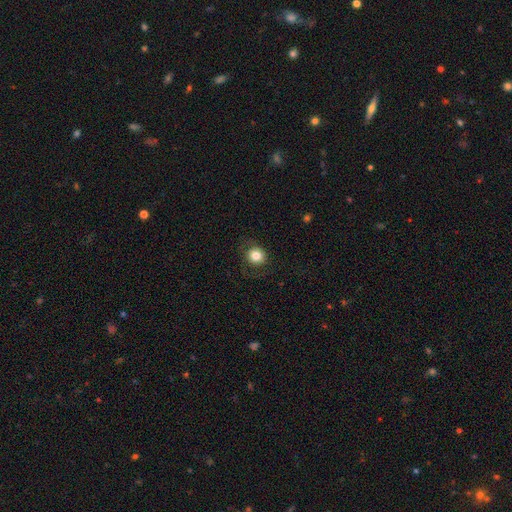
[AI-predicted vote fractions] This is clearly a smooth galaxy (81%). How rounded: clearly round (87%). Merging: likely none (79%).